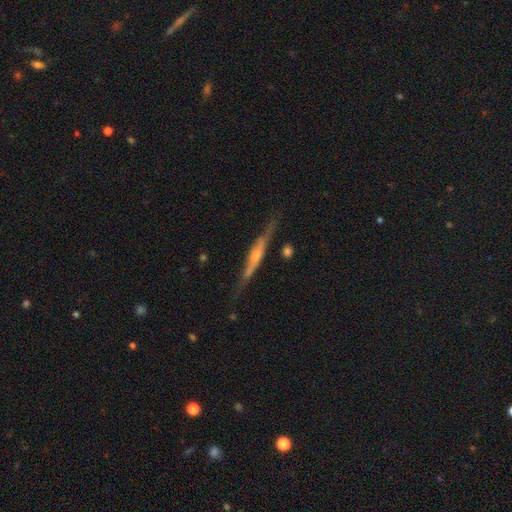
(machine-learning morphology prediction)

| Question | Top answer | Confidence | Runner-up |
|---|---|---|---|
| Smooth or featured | featured or disk | 70% | smooth (24%) |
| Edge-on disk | yes | 95% | no (5%) |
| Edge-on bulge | rounded | 60% | none (22%) |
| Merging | none | 78% | minor disturbance (15%) |